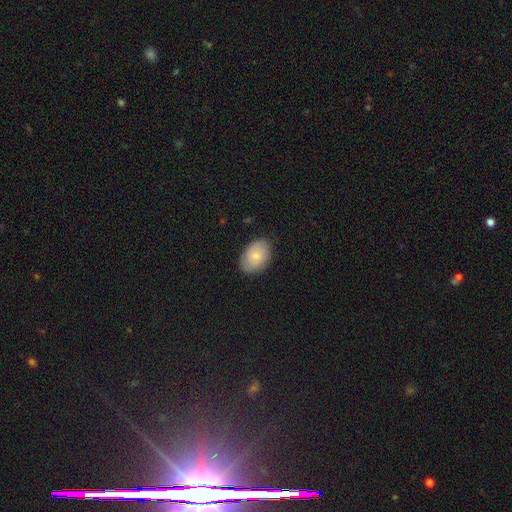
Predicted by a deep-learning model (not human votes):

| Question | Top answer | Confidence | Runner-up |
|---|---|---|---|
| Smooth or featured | smooth | 81% | featured or disk (12%) |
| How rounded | in between | 86% | round (13%) |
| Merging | none | 83% | minor disturbance (14%) |